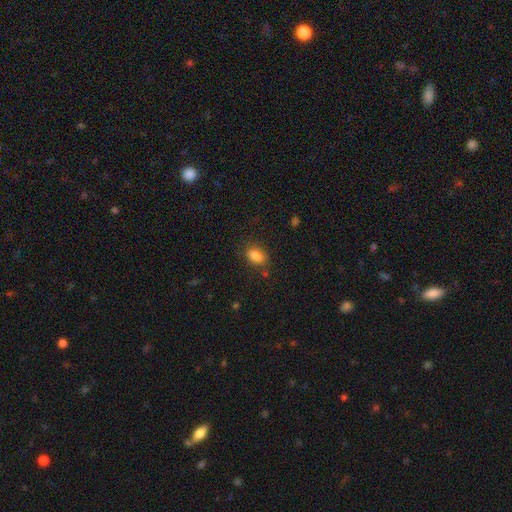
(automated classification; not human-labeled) smooth-or-featured: smooth: 85% | star or artifact: 10% | featured or disk: 5%
  how-rounded: in between: 86% | round: 10% | cigar-shaped: 5%
  merging: none: 78% | minor disturbance: 15% | major disturbance: 4% | merger: 3%